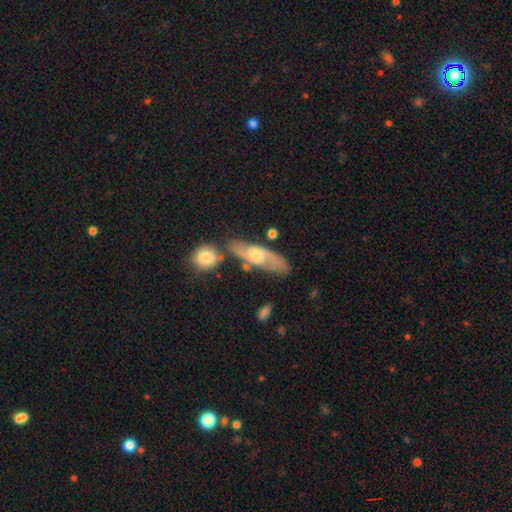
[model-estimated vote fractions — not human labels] A featured or disk galaxy (64%).

Vote fractions:
- Smooth or featured? featured or disk: 64% / smooth: 30% / star or artifact: 6%
- Edge-on disk? no: 73% / yes: 27%
- Merging? none: 64% / minor disturbance: 17% / merger: 13% / major disturbance: 6%